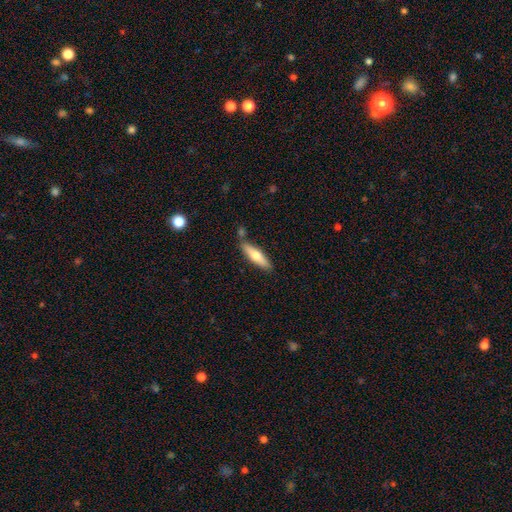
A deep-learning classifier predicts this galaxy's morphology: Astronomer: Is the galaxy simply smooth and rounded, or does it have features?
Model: smooth — 60% (runner-up: featured or disk, 35%).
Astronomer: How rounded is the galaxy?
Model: cigar-shaped — 68%.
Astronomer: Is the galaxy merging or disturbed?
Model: none — 76%.